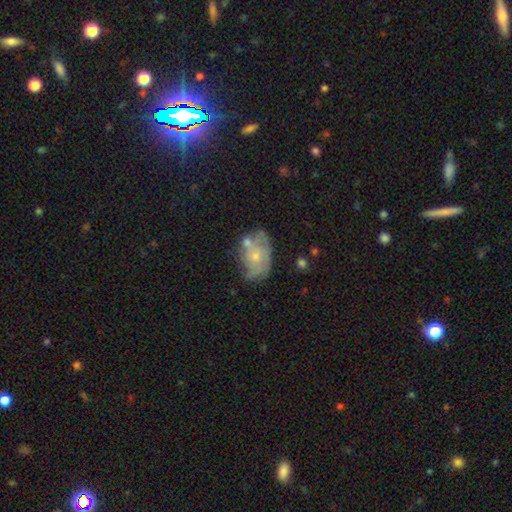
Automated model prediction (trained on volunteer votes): smooth_or_featured: featured or disk (p=0.65) [alt: smooth p=0.28]
disk_edge_on: no (p=0.97) [alt: yes p=0.03]
bar: no (p=0.81) [alt: weak p=0.16]
has_spiral_arms: yes (p=0.73) [alt: no p=0.27]
bulge_size: small (p=0.61) [alt: moderate p=0.33]
merging: none (p=0.46) [alt: minor disturbance p=0.27]